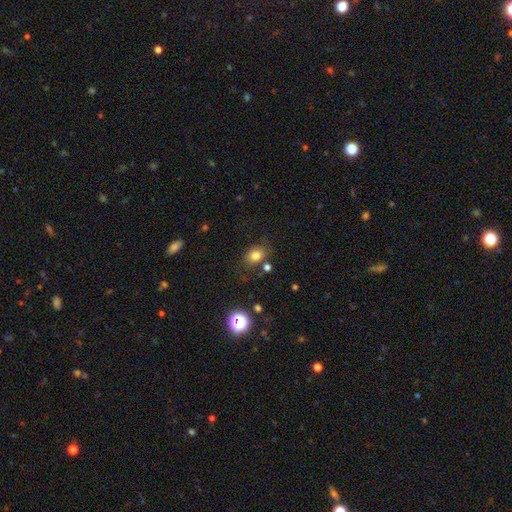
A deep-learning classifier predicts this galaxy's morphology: A smooth galaxy with no disk features (78%) that is in between round and cigar-shaped (65%). Merging: none (73%).